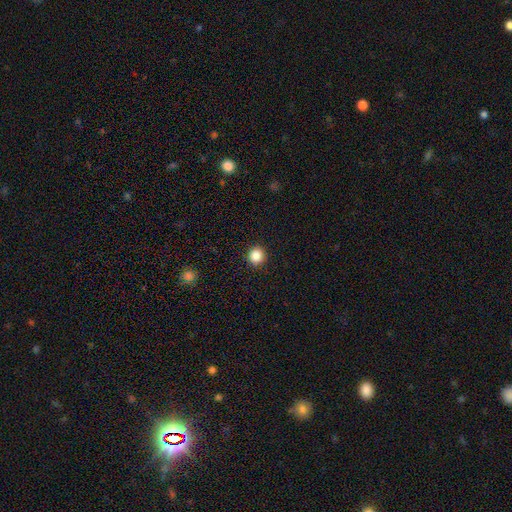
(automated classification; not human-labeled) Smooth or featured? smooth (87%)
How rounded? round (90%)
Merging? none (92%)